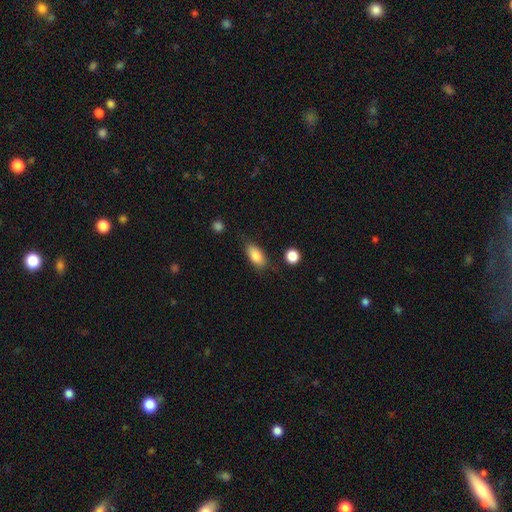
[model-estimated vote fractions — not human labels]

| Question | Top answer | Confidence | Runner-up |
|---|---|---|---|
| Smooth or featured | smooth | 83% | featured or disk (9%) |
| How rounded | in between | 87% | cigar-shaped (8%) |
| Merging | none | 73% | minor disturbance (18%) |